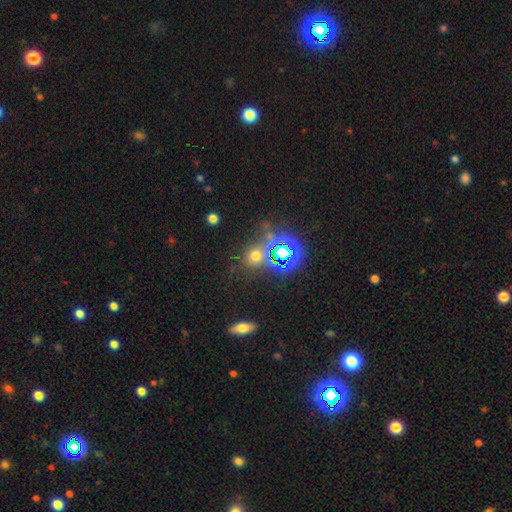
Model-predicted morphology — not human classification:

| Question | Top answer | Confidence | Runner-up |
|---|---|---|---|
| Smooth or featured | smooth | 50% | star or artifact (42%) |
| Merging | none | 71% | minor disturbance (12%) |